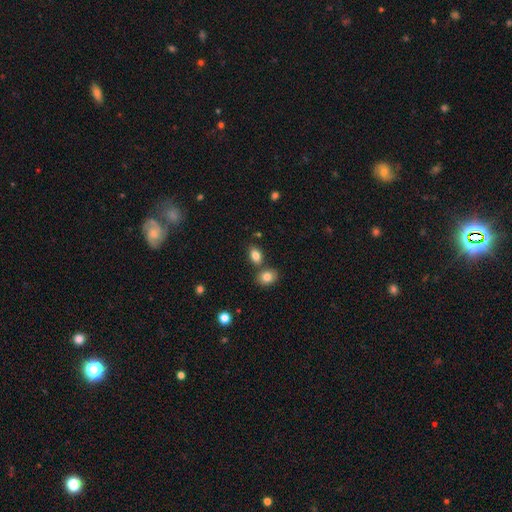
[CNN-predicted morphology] smooth 83%, star or artifact 9%, featured or disk 8%. Down the decision tree: how rounded — in between (80%); merging — none (67%).